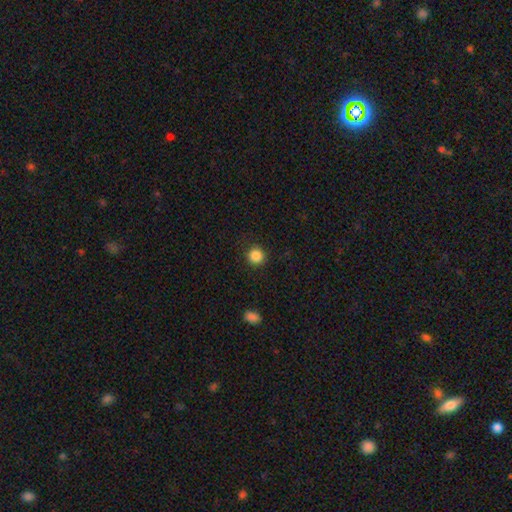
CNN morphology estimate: smooth 87%, star or artifact 10%, featured or disk 3%. Down the decision tree: how rounded — round (92%); merging — none (90%).